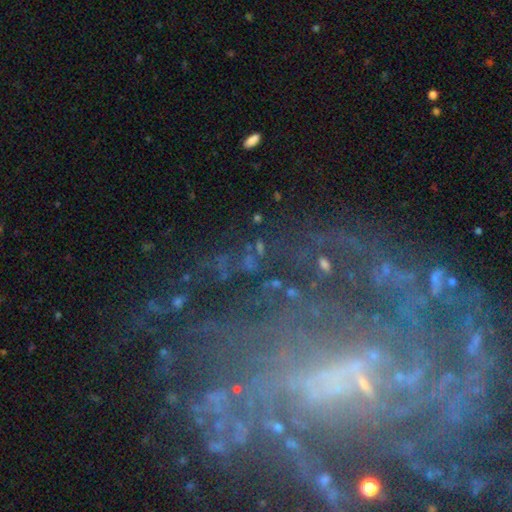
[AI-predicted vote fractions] Smooth or featured? featured or disk (75%)
Edge-on disk? no (95%)
Bar? no (41%)
Spiral arms? yes (80%)
Spiral winding? tight (54%)
Spiral arm count? can't tell (38%)
Bulge size? small (49%)
Merging? none (64%)